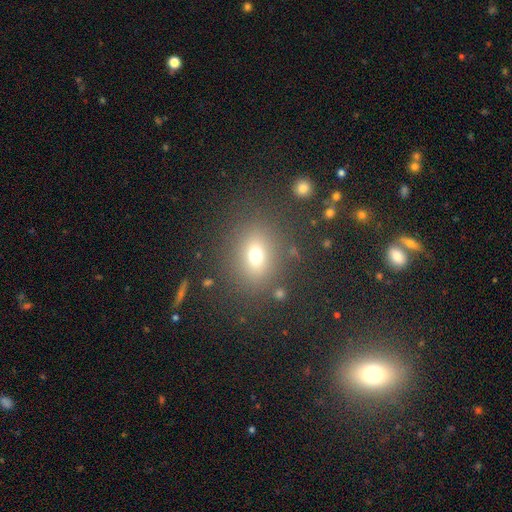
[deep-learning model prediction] This appears to be a smooth galaxy with no disk features (68%) that is round (57%). Merging: none (82%).